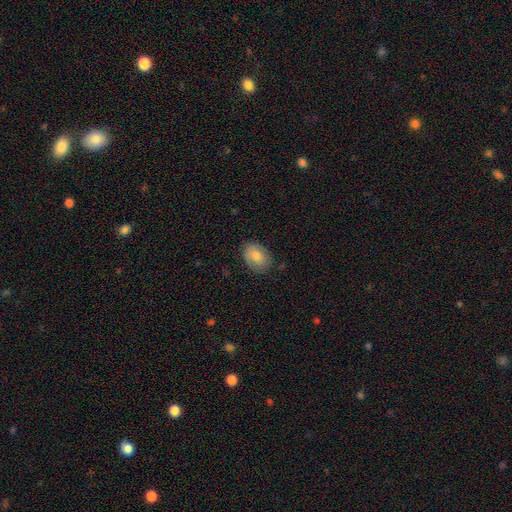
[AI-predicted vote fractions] smooth-or-featured: smooth: 77% | featured or disk: 16% | star or artifact: 7%
  how-rounded: in between: 81% | round: 17% | cigar-shaped: 1%
  merging: none: 78% | minor disturbance: 17% | major disturbance: 4% | merger: 1%